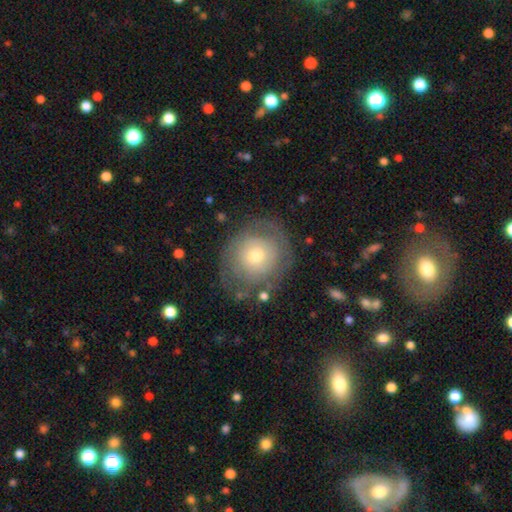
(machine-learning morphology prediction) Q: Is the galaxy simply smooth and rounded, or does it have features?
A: featured or disk — 49%.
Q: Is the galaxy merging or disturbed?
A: none — 73%.